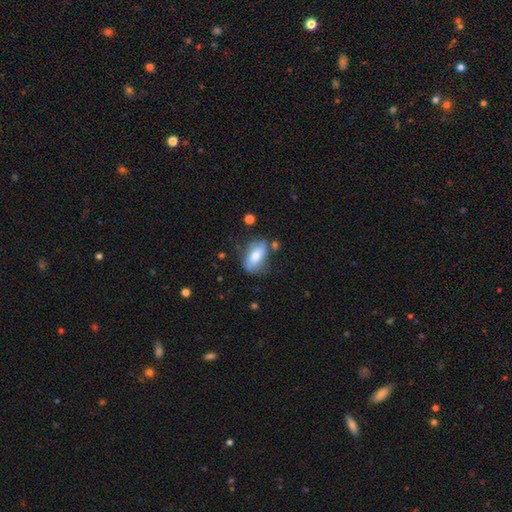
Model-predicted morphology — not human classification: type=smooth (61%); roundness=in between (87%); merging=none (62%).